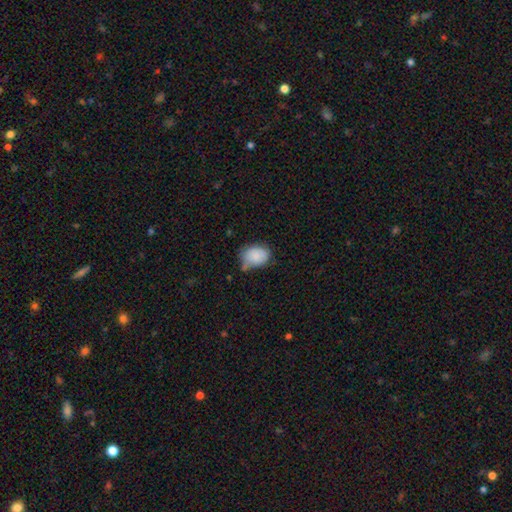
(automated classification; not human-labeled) smooth-or-featured: smooth: 86% | star or artifact: 8% | featured or disk: 6%
  how-rounded: in between: 66% | round: 33% | cigar-shaped: 1%
  merging: none: 50% | minor disturbance: 33% | major disturbance: 9% | merger: 8%